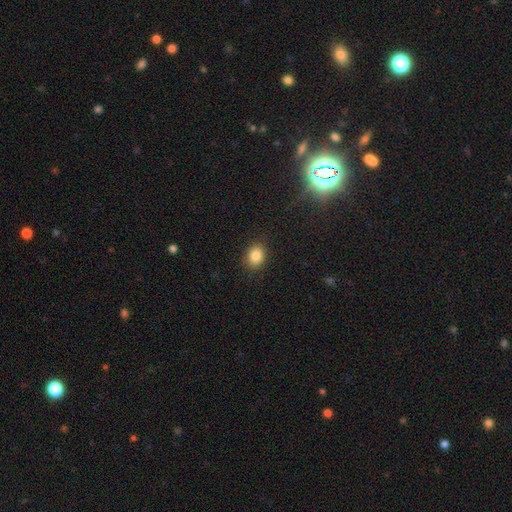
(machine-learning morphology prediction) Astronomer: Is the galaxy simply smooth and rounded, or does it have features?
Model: smooth — 85%.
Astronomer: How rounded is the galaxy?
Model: in between — 56% (runner-up: round, 43%).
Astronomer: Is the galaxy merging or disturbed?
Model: none — 87%.